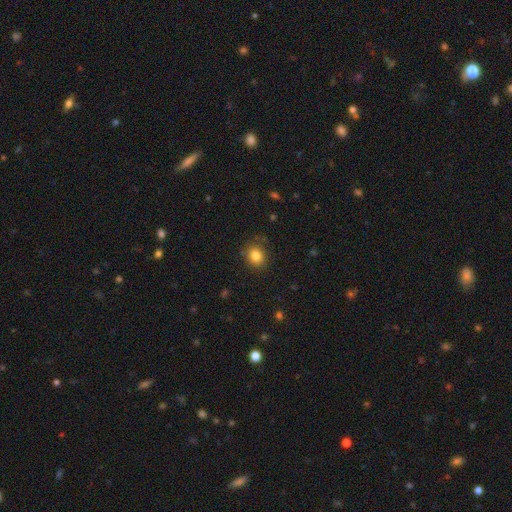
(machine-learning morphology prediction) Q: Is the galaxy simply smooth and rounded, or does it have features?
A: smooth — 83%.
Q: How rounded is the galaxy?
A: round — 70%.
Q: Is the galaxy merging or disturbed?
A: none — 85%.